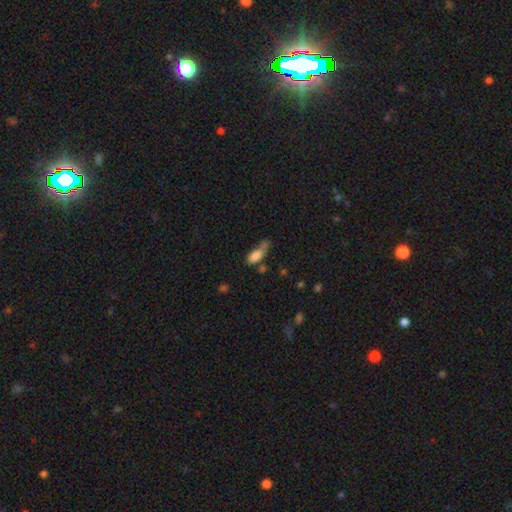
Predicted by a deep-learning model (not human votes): Morphology: type=smooth (79%); roundness=in between (72%); merging=none (33%).